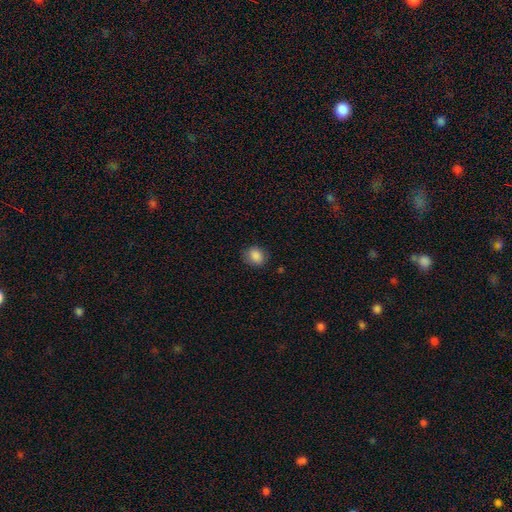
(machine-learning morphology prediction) smooth_or_featured: smooth (p=0.86) [alt: star or artifact p=0.09]
how_rounded: round (p=0.57) [alt: in between p=0.42]
merging: none (p=0.80) [alt: minor disturbance p=0.15]